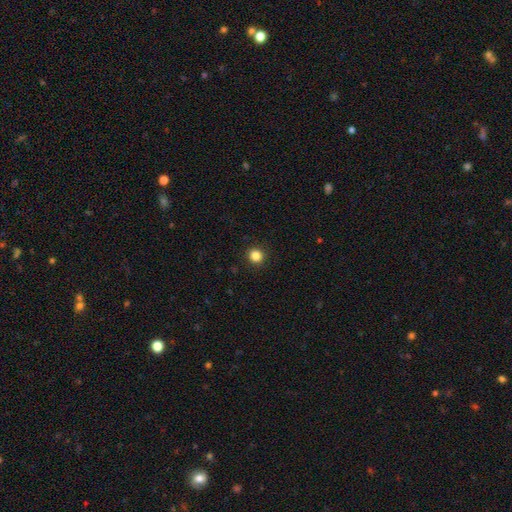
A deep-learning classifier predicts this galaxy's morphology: Overall: smooth (85%). How rounded: round (92%). Merging: none (93%).